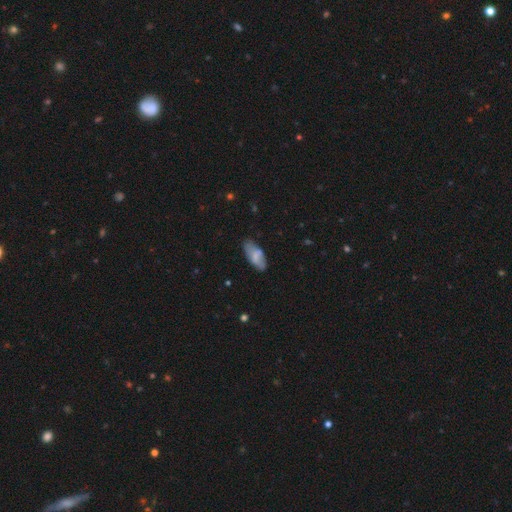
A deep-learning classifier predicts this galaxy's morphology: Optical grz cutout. It shows a smooth galaxy with no disk features (70%) that is in between round and cigar-shaped (86%). Merging: none (63%).